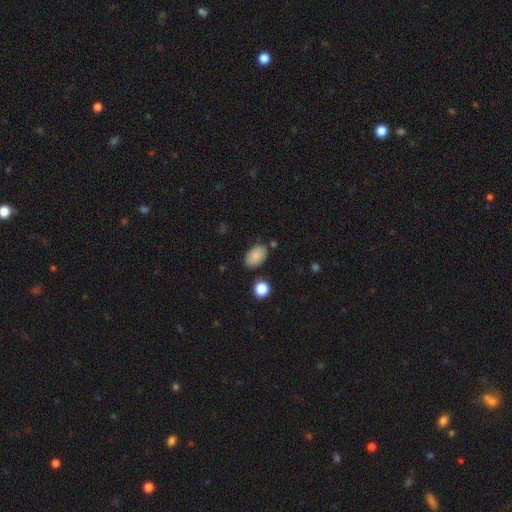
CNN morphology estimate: smooth-or-featured: smooth: 87% | star or artifact: 8% | featured or disk: 5%
  how-rounded: in between: 91% | round: 8% | cigar-shaped: 1%
  merging: none: 80% | minor disturbance: 13% | merger: 4% | major disturbance: 3%